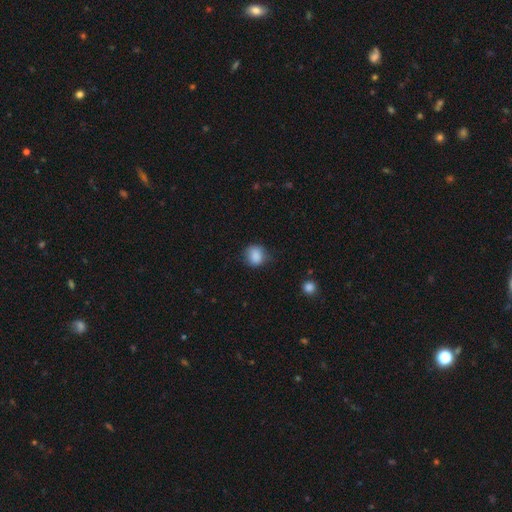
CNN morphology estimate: smooth_or_featured: smooth (p=0.86) [alt: star or artifact p=0.09]
how_rounded: round (p=0.71) [alt: in between p=0.28]
merging: none (p=0.71) [alt: minor disturbance p=0.23]